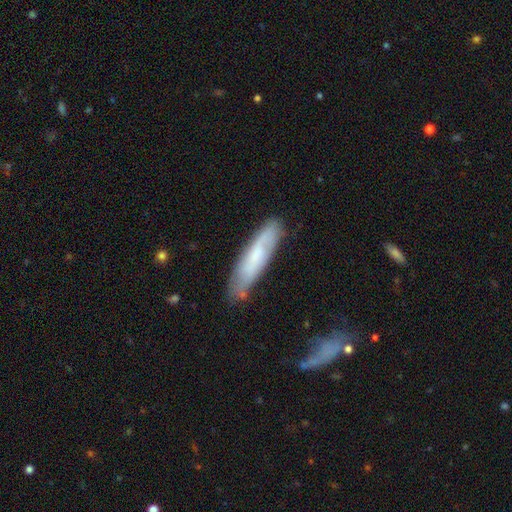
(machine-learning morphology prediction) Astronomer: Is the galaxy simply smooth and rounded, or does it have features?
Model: smooth — 54% (runner-up: featured or disk, 39%).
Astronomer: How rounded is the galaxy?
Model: cigar-shaped — 76%.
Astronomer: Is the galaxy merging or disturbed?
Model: none — 74%.